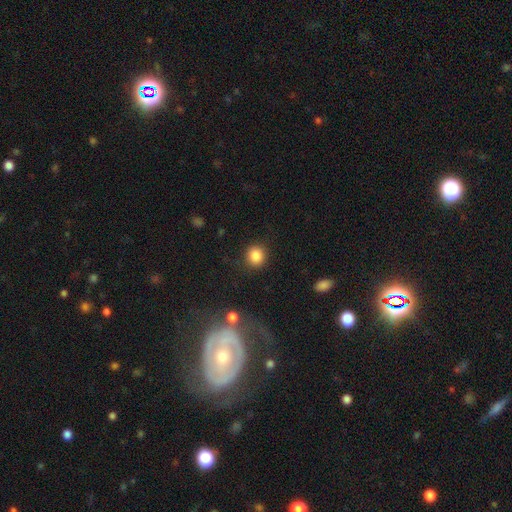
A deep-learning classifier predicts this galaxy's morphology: The model was most divided on "smooth or featured": smooth: 86%, star or artifact: 10%, featured or disk: 4%. More confident: how rounded — round (88%); merging — none (87%).